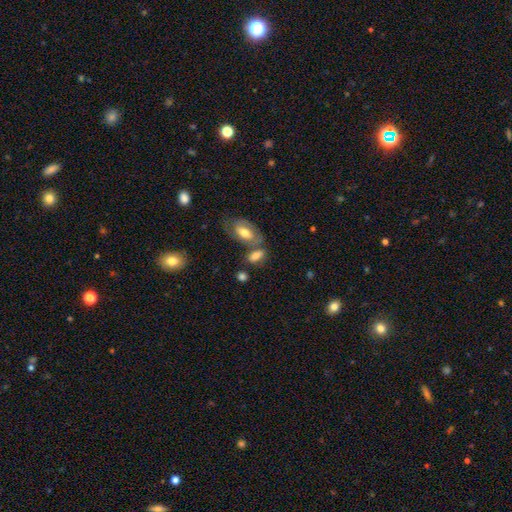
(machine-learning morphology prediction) A smooth galaxy with no disk features (71%) that is in between round and cigar-shaped (85%).

Vote fractions:
- Smooth or featured? smooth: 71% / featured or disk: 21% / star or artifact: 8%
- How rounded? in between: 85% / round: 8% / cigar-shaped: 8%
- Merging? none: 48% / merger: 31% / minor disturbance: 15% / major disturbance: 6%